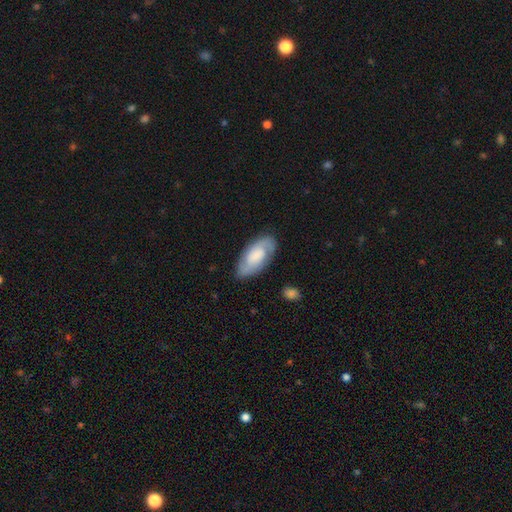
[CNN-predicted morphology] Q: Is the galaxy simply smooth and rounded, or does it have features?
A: featured or disk — 55%.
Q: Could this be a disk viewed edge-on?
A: no — 93%.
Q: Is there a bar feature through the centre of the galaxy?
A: no — 57%.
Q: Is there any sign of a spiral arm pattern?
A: yes — 87%.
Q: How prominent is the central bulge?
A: large — 31%.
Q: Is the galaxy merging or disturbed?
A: none — 79%.